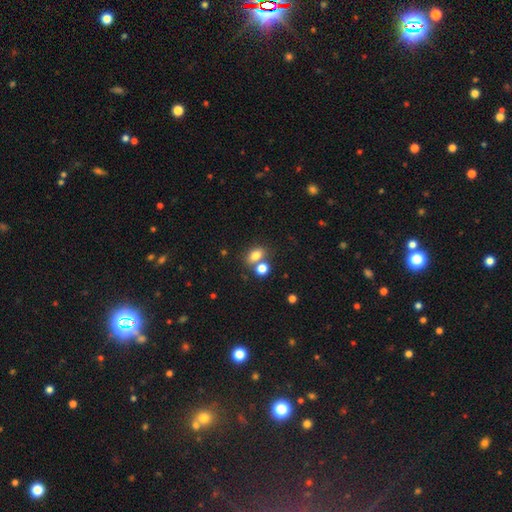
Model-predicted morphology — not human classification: Overall: smooth (78%). How rounded: in between (75%). Merging: none (53%; merger 32%).